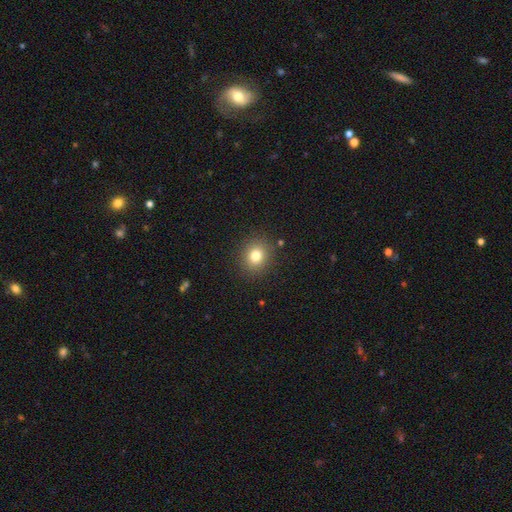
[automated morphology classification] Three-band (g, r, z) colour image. It shows a smooth galaxy with no disk features (79%) that is round (77%). Merging: none (89%).